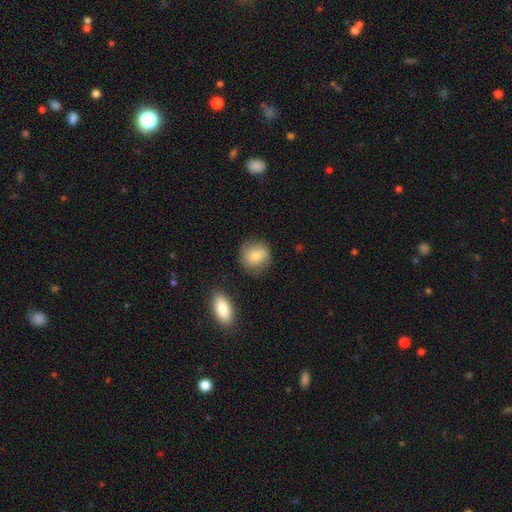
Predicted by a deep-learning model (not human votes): Smooth or featured? smooth (79%)
How rounded? round (79%)
Merging? none (75%)